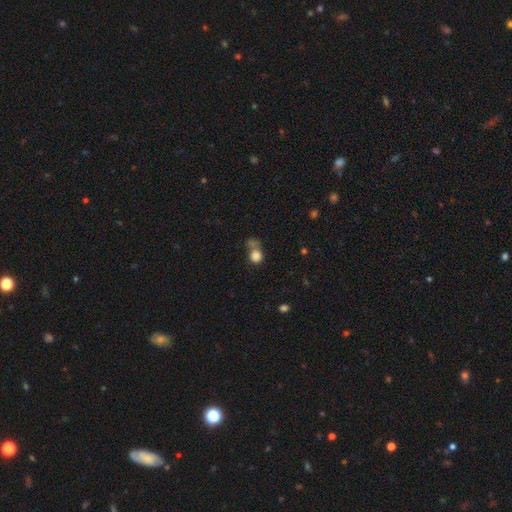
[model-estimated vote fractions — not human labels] Smooth or featured?
  - smooth: 82% *
  - star or artifact: 12%
  - featured or disk: 7%
How rounded?
  - round: 79% *
  - in between: 19%
  - cigar-shaped: 1%
Merging?
  - none: 43% *
  - merger: 31%
  - minor disturbance: 15%
  - major disturbance: 11%